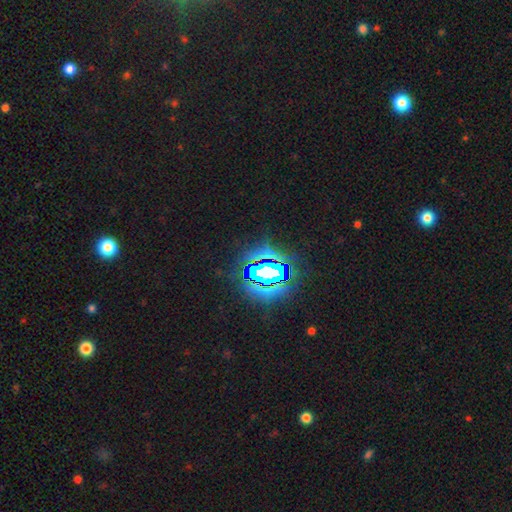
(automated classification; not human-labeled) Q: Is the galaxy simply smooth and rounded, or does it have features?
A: star or artifact — 84%.